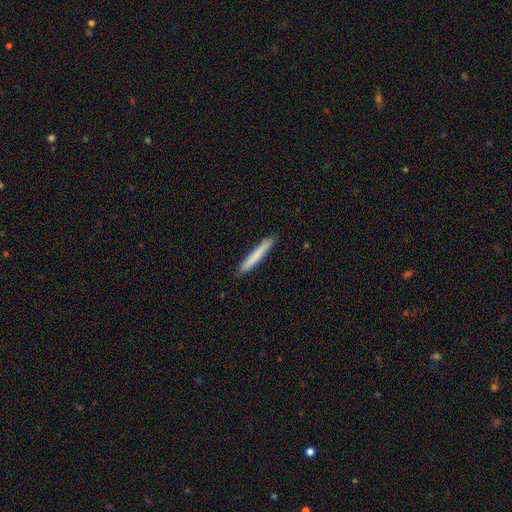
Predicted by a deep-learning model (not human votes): A smooth galaxy with no disk features (78%) that is cigar-shaped (96%).

Vote fractions:
- Smooth or featured? smooth: 78% / featured or disk: 16% / star or artifact: 6%
- How rounded? cigar-shaped: 96% / in between: 3% / round: 1%
- Merging? none: 91% / minor disturbance: 6% / major disturbance: 1% / merger: 1%